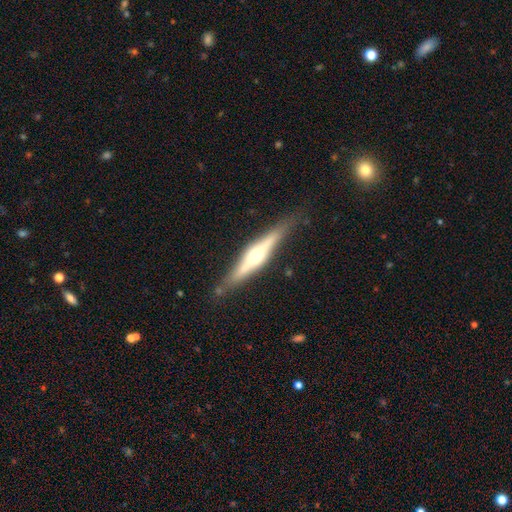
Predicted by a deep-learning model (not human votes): smooth_or_featured: featured or disk (p=0.72) [alt: smooth p=0.22]
disk_edge_on: yes (p=0.95) [alt: no p=0.05]
edge_on_bulge: rounded (p=0.84) [alt: boxy p=0.10]
merging: none (p=0.81) [alt: minor disturbance p=0.14]